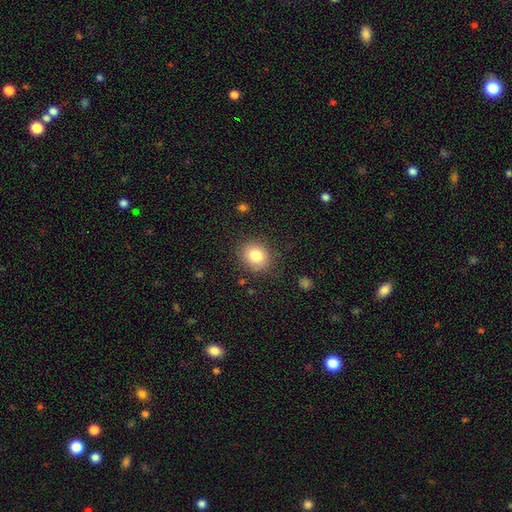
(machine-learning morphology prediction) type=smooth (82%); roundness=round (71%); merging=none (83%).